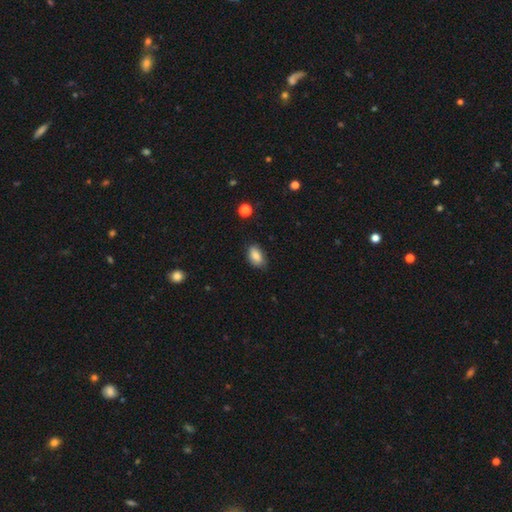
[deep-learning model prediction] This is clearly a smooth galaxy (86%). How rounded: clearly in between (90%). Merging: likely none (75%).